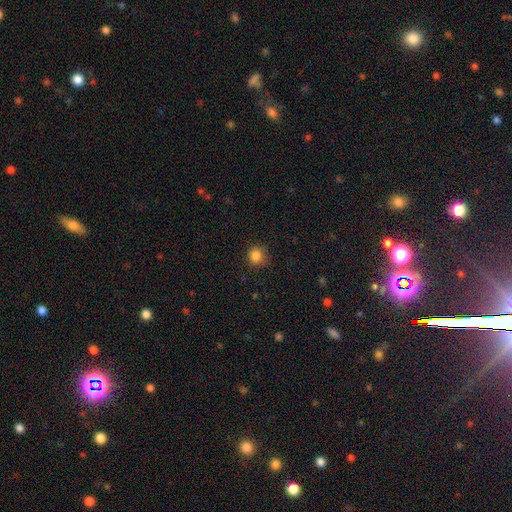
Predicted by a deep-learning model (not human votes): Smooth or featured? Predicted: smooth (p=0.85). How rounded? Predicted: round (p=0.89). Merging? Predicted: none (p=0.82).